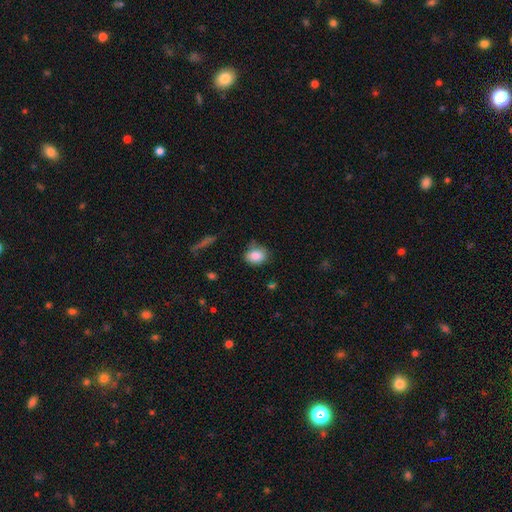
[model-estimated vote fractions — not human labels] smooth 86%, star or artifact 9%, featured or disk 6%. Down the decision tree: how rounded — in between (63%); merging — none (66%).